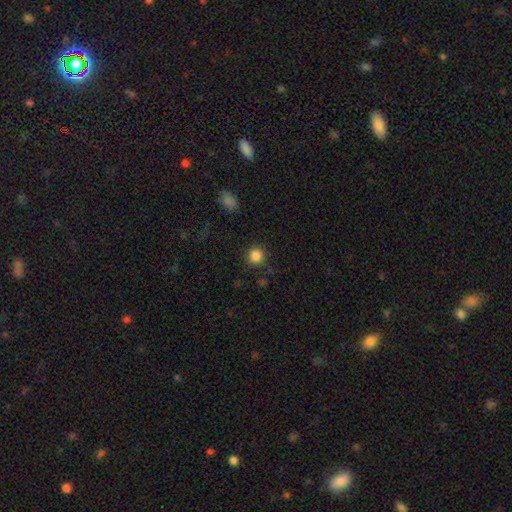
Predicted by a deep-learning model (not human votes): smooth 85%, star or artifact 11%, featured or disk 4%. Down the decision tree: how rounded — round (93%); merging — none (88%).